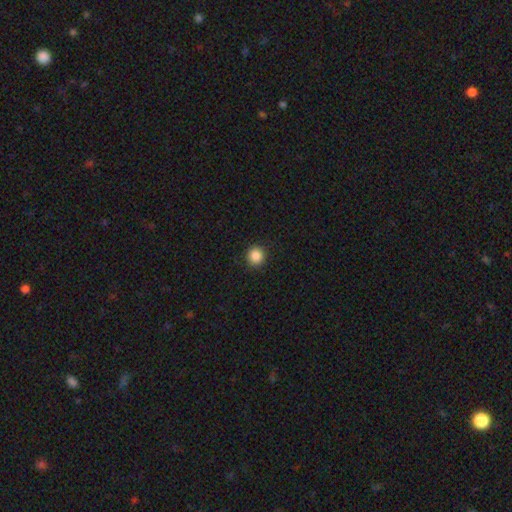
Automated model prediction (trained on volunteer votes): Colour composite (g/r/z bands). It shows a smooth galaxy with no disk features (87%) that is round (92%). Merging: none (91%).